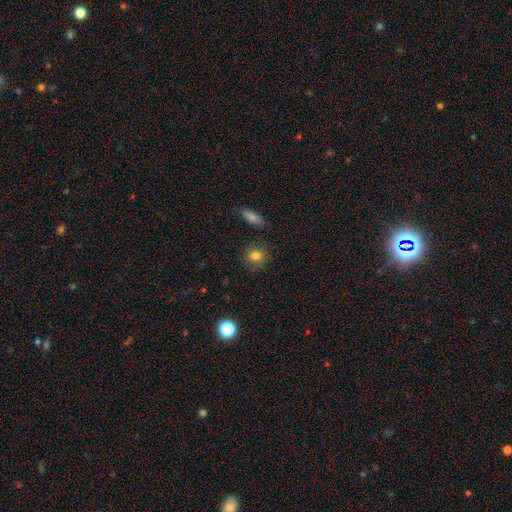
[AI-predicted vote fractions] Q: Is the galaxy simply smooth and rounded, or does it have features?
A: smooth — 81%.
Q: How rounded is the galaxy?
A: round — 81%.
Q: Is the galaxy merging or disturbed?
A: none — 85%.